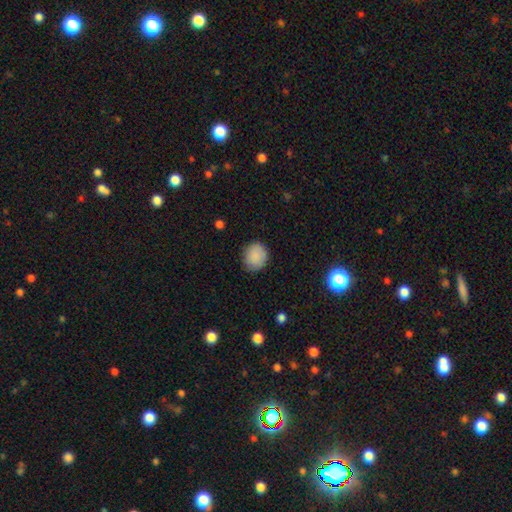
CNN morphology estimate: Smooth or featured? smooth (88%)
How rounded? round (69%)
Merging? none (84%)